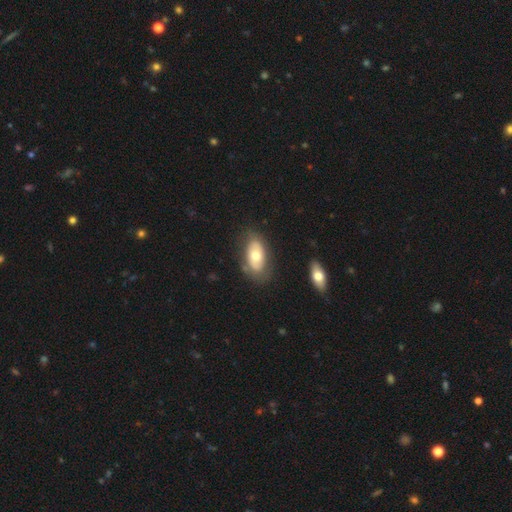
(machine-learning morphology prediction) type=smooth (56%); roundness=in between (92%); merging=none (72%).